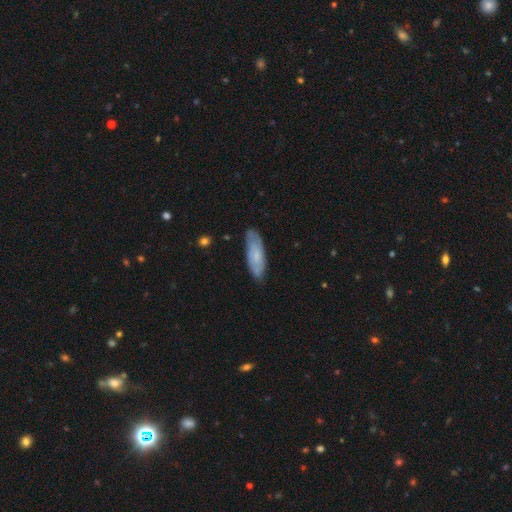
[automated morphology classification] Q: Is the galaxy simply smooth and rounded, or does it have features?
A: smooth — 58%.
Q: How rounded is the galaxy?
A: in between — 57%.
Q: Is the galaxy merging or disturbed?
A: none — 78%.